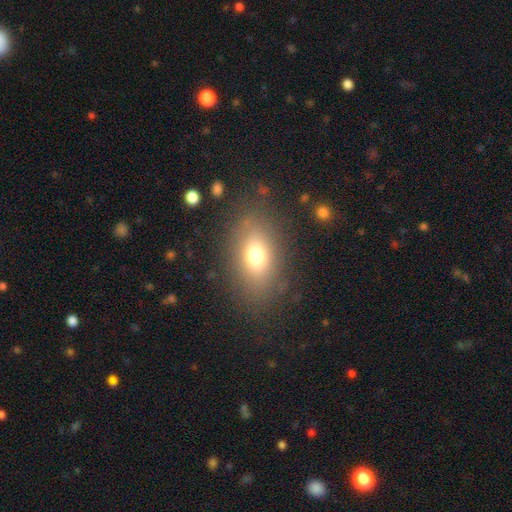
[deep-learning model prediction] smooth_or_featured: smooth (p=0.70) [alt: featured or disk p=0.16]
how_rounded: in between (p=0.77) [alt: round p=0.20]
merging: none (p=0.80) [alt: minor disturbance p=0.11]